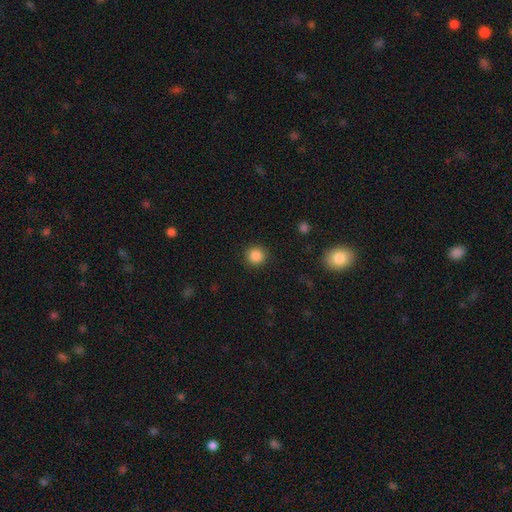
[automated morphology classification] Smooth or featured? smooth (86%)
How rounded? round (94%)
Merging? none (91%)